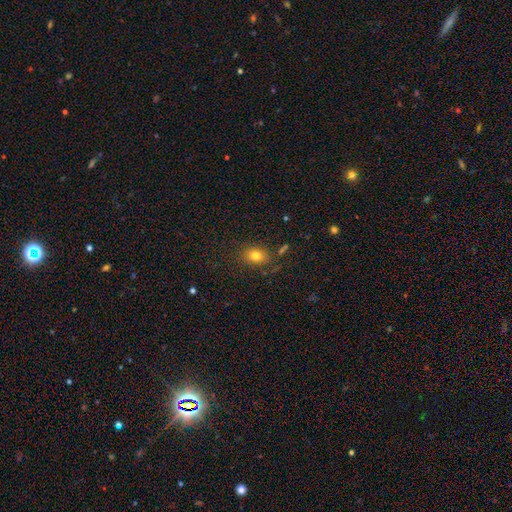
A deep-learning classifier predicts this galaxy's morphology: Smooth or featured? Predicted: smooth (p=0.78). How rounded? Predicted: in between (p=0.63). Merging? Predicted: none (p=0.78).